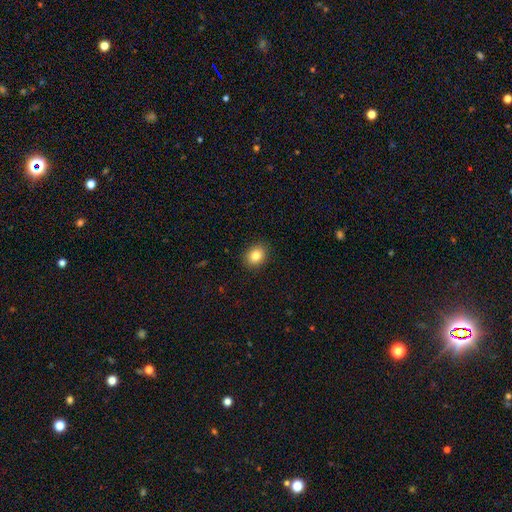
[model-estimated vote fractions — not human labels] This is clearly a smooth galaxy (84%). How rounded: possibly in between (52%). Merging: clearly none (90%).